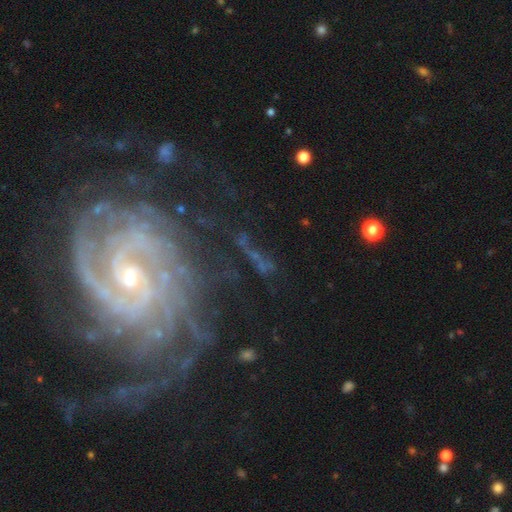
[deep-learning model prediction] Q: Smooth or featured?
A: featured or disk (89%); runner-up: star or artifact (7%)
Q: Edge-on disk?
A: no (97%); runner-up: yes (3%)
Q: Bar?
A: no (53%); runner-up: weak (33%)
Q: Spiral arms?
A: yes (98%); runner-up: no (2%)
Q: Spiral winding?
A: tight (72%); runner-up: medium (23%)
Q: Spiral arm count?
A: can't tell (24%); tied with: 2 (24%)
Q: Bulge size?
A: small (66%); runner-up: moderate (29%)
Q: Merging?
A: none (65%); runner-up: minor disturbance (18%)